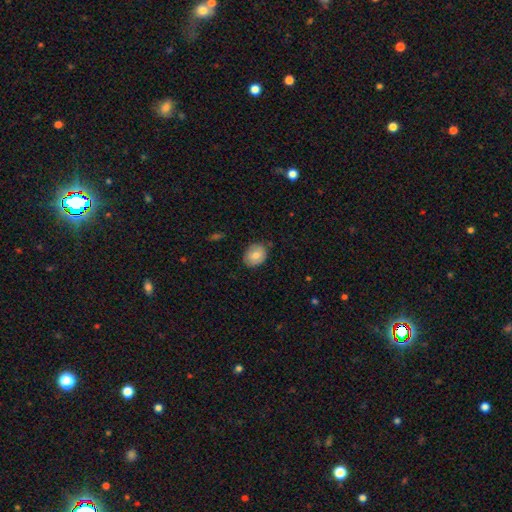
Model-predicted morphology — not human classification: A smooth galaxy with no disk features (79%) that is in between round and cigar-shaped (56%).

Vote fractions:
- Smooth or featured? smooth: 79% / featured or disk: 14% / star or artifact: 7%
- How rounded? in between: 56% / round: 43% / cigar-shaped: 1%
- Merging? none: 80% / minor disturbance: 16% / major disturbance: 3% / merger: 1%